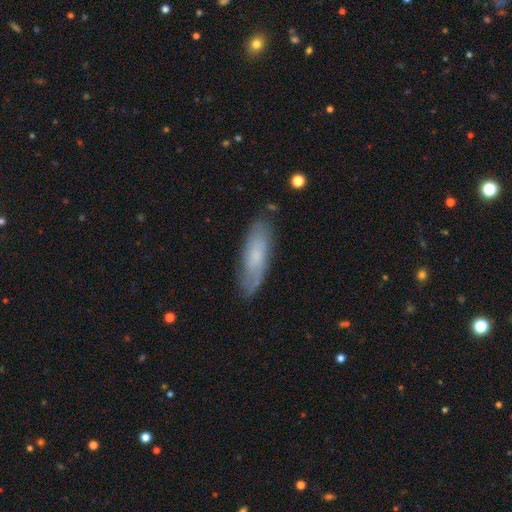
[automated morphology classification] Smooth or featured? Predicted: smooth (p=0.55). How rounded? Predicted: cigar-shaped (p=0.50). Merging? Predicted: none (p=0.79).